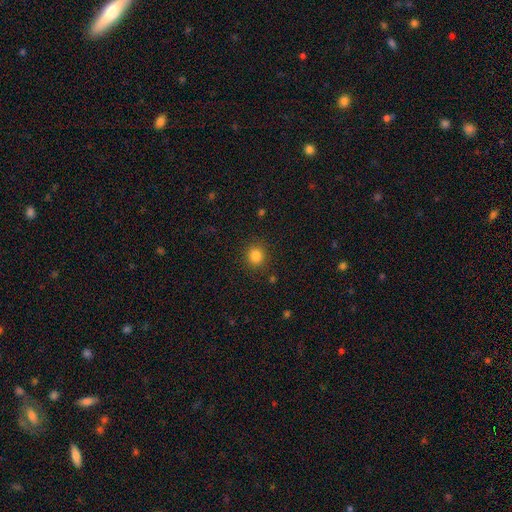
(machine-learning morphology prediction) The model was most divided on "smooth or featured": smooth: 83%, star or artifact: 12%, featured or disk: 4%. More confident: merging — none (89%); how rounded — round (88%).